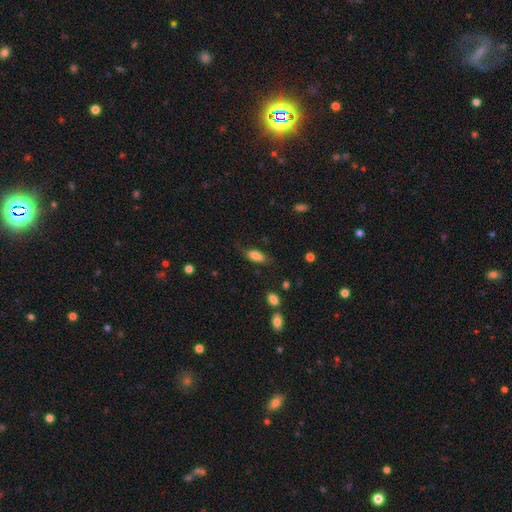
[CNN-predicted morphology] Smooth or featured? smooth (78%)
How rounded? in between (81%)
Merging? none (70%)